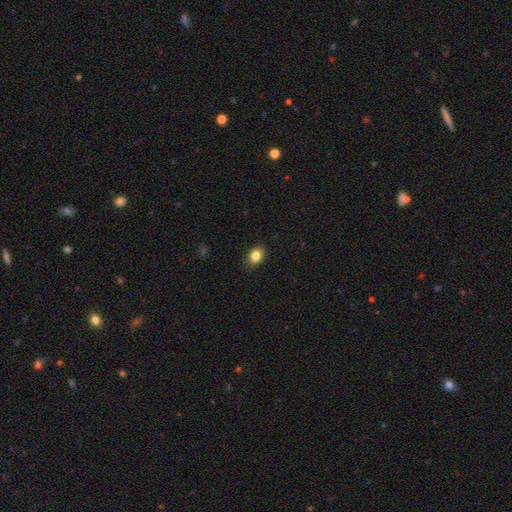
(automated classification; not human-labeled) Q: Smooth or featured?
A: smooth (84%); runner-up: star or artifact (10%)
Q: How rounded?
A: in between (67%); runner-up: round (32%)
Q: Merging?
A: none (85%); runner-up: minor disturbance (11%)